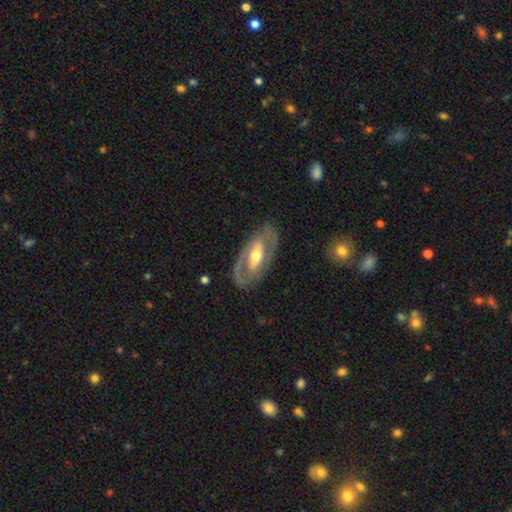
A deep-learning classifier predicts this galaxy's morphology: Overall: featured or disk (81%). Edge-on disk: no (91%). Bar: strong (39%; weak 33%). Spiral arms: yes (76%). Spiral arm count: 2 (82%). Spiral winding: medium (45%; tight 38%). Bulge size: moderate (68%). Merging: none (80%).